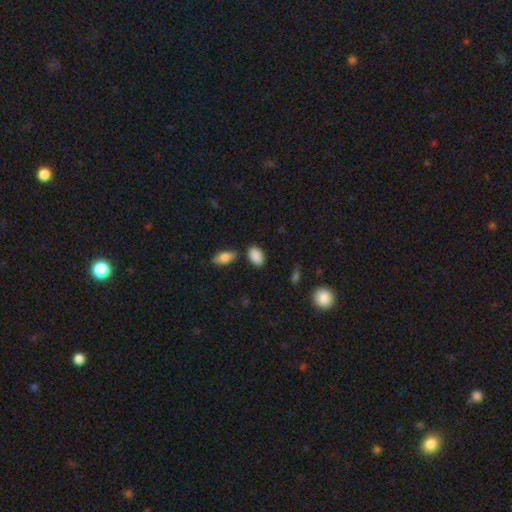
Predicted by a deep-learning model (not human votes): This appears to be a smooth galaxy with no disk features (88%) that is in between round and cigar-shaped (91%). Merging: none (78%).